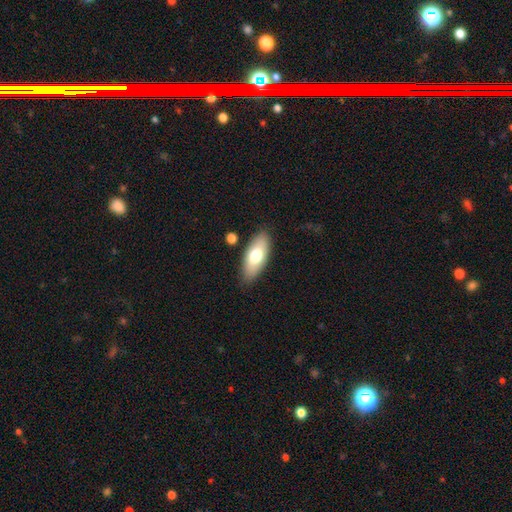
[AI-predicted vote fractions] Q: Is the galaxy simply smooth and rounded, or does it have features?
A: smooth — 72%.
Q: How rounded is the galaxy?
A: in between — 79%.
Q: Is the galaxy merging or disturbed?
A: none — 84%.